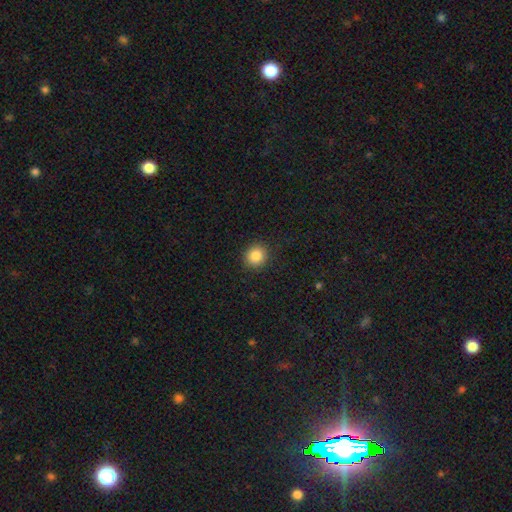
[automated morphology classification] Smooth or featured: smooth — 86% (star or artifact — 10%)
How rounded: round — 88% (in between — 11%)
Merging: none — 91% (minor disturbance — 6%)